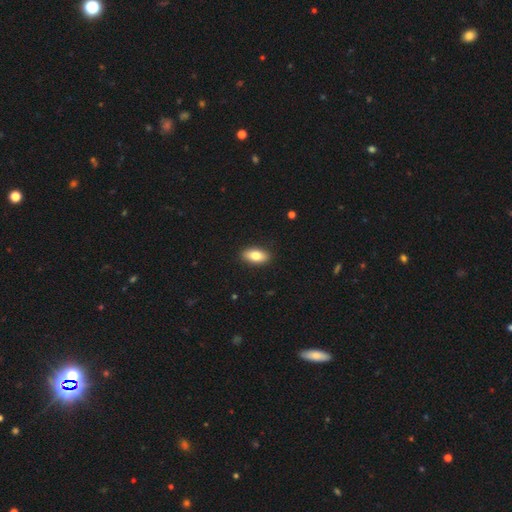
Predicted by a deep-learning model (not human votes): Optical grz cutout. It shows a smooth galaxy with no disk features (80%) that is in between round and cigar-shaped (88%). Merging: none (90%).